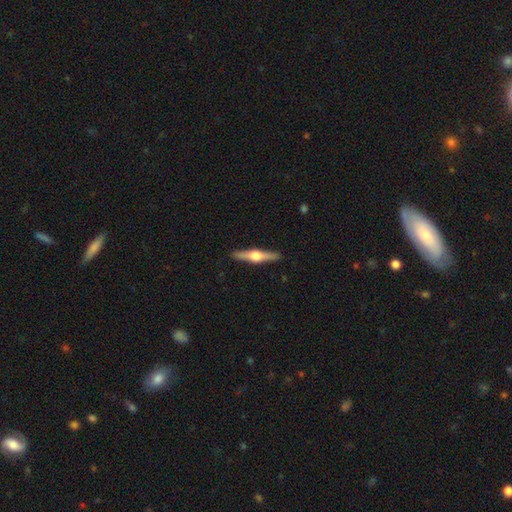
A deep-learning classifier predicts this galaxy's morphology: Smooth or featured? Predicted: featured or disk (p=0.72). Edge-on disk? Predicted: yes (p=0.98). Edge-on bulge? Predicted: rounded (p=0.95). Merging? Predicted: none (p=0.91).